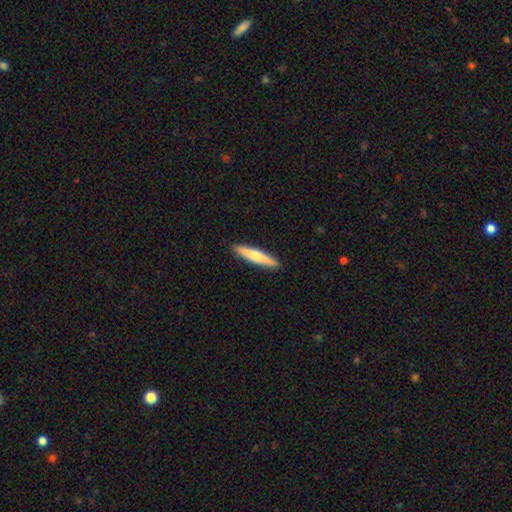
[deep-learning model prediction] Smooth or featured? smooth (66%)
How rounded? cigar-shaped (92%)
Merging? none (91%)